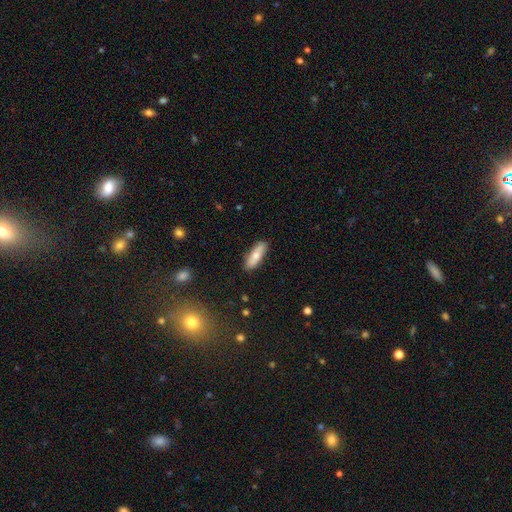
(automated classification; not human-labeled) smooth-or-featured: smooth: 71% | featured or disk: 23% | star or artifact: 6%
  how-rounded: in between: 51% | cigar-shaped: 46% | round: 2%
  merging: none: 87% | minor disturbance: 9% | major disturbance: 2% | merger: 1%